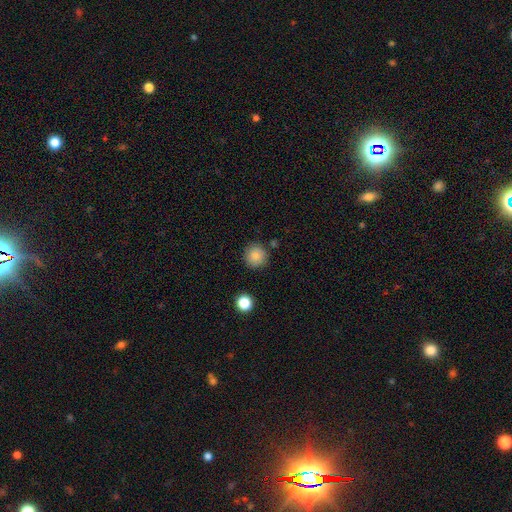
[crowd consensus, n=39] A smooth galaxy with no disk features (87%) that is round (94%).

Vote fractions:
- Smooth or featured? smooth: 87% / featured or disk: 8% / star or artifact: 5%
- How rounded? round: 94% / in between: 6% / cigar-shaped: 0%
- Merging? none: 78% / minor disturbance: 19% / merger: 3% / major disturbance: 0%